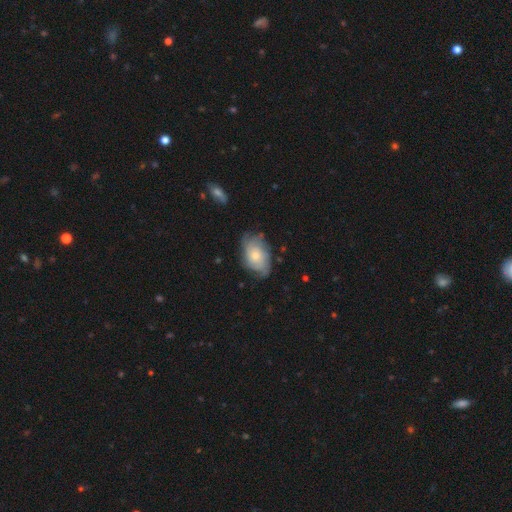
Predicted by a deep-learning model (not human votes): Smooth or featured: featured or disk — 59% (smooth — 34%)
Edge-on disk: no — 95% (yes — 5%)
Bar: no — 82% (weak — 15%)
Spiral arms: yes — 82% (no — 18%)
Bulge size: moderate — 48% (small — 46%)
Merging: none — 65% (minor disturbance — 25%)